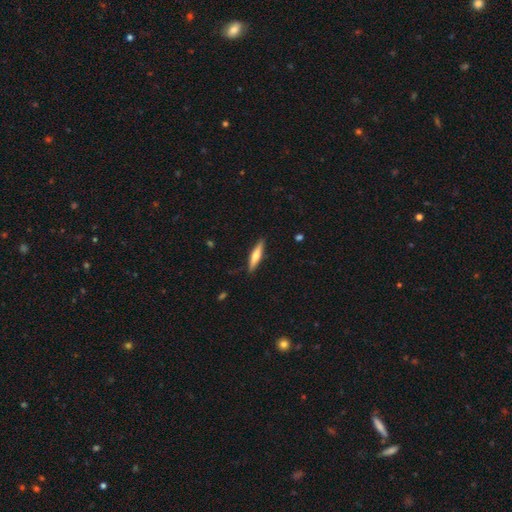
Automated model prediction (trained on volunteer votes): This is possibly a smooth galaxy (53%). How rounded: clearly cigar-shaped (85%). Merging: clearly none (88%).